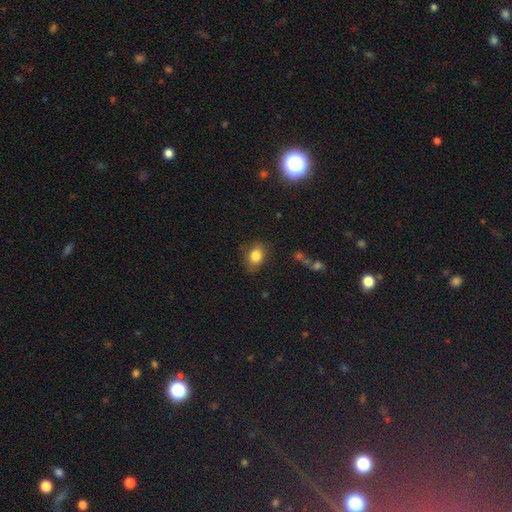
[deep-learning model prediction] Morphology: type=smooth (83%); roundness=in between (66%); merging=none (75%).